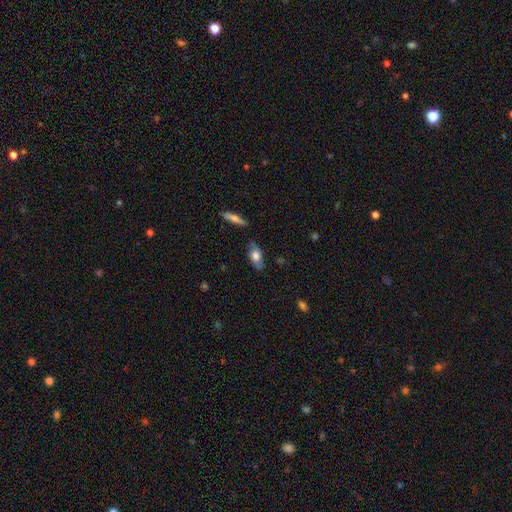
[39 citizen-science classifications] Volunteers were most divided on "smooth or featured": smooth: 64%, featured or disk: 31%, star or artifact: 5%. More confident: merging — none (78%); how rounded — in between (76%).